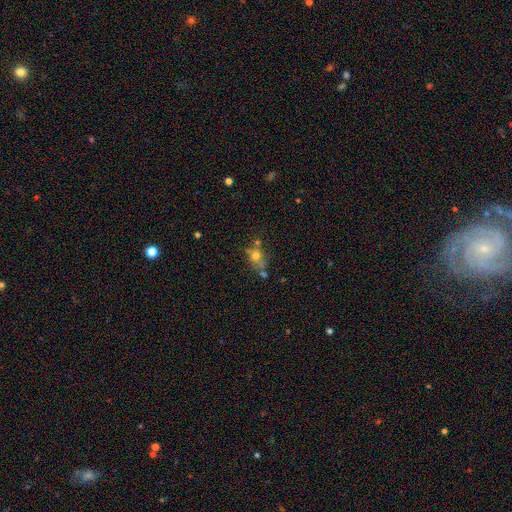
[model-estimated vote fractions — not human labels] A smooth galaxy with no disk features (62%) that is round (62%).

Vote fractions:
- Smooth or featured? smooth: 62% / featured or disk: 22% / star or artifact: 16%
- How rounded? round: 62% / in between: 36% / cigar-shaped: 3%
- Merging? none: 47% / merger: 28% / minor disturbance: 16% / major disturbance: 9%